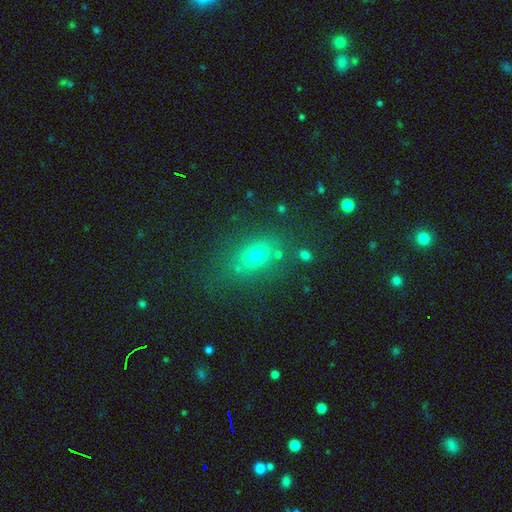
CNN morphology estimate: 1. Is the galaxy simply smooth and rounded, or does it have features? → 65% smooth, 20% star or artifact, 14% featured or disk.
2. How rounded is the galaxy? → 68% in between, 26% round, 5% cigar-shaped.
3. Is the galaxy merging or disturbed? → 73% none, 15% minor disturbance, 6% major disturbance, 6% merger.